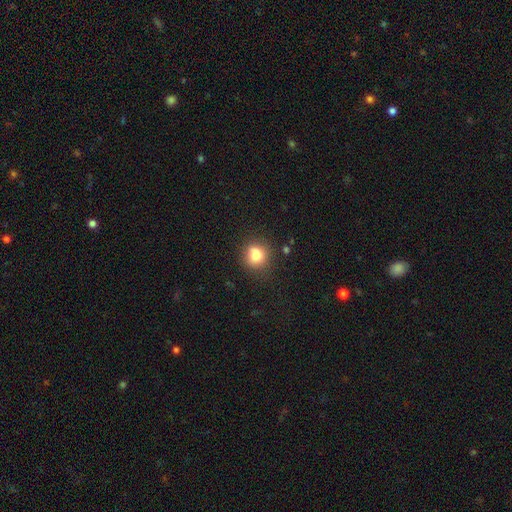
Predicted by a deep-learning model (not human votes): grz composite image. It shows a smooth galaxy with no disk features (77%) that is round (86%). Merging: none (72%).